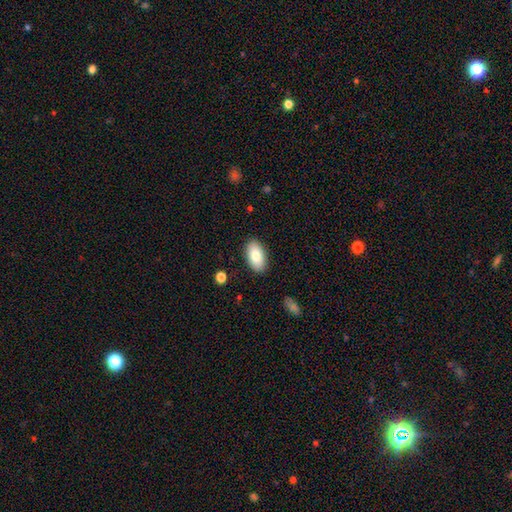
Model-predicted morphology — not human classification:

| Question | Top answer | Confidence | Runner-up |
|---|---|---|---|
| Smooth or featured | smooth | 81% | featured or disk (13%) |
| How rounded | in between | 94% | round (3%) |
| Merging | none | 88% | minor disturbance (8%) |